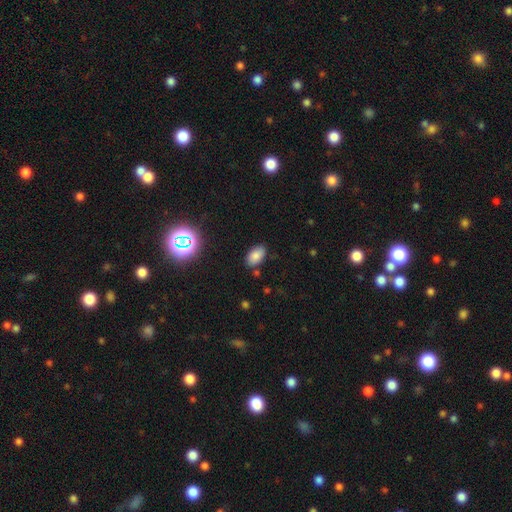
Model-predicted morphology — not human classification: Overall: smooth (81%). How rounded: in between (92%). Merging: none (83%).